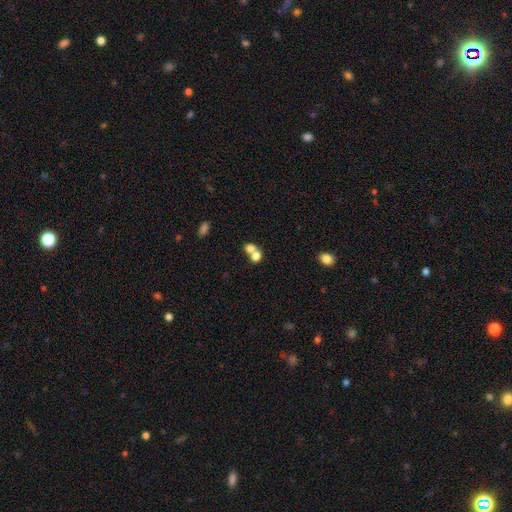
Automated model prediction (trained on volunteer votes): Morphology: type=smooth (74%); roundness=round (64%); merging=merger (64%).